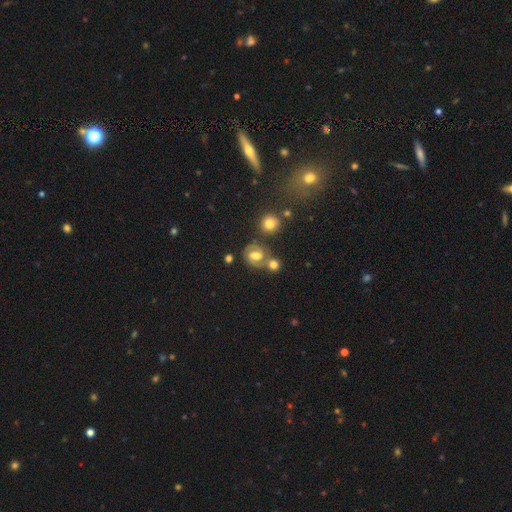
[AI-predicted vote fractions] Smooth or featured: featured or disk — 53% (smooth — 35%)
Edge-on disk: no — 97% (yes — 3%)
Bar: weak — 47% (no — 33%)
Spiral arms: yes — 81% (no — 19%)
Bulge size: moderate — 61% (large — 20%)
Merging: none — 53% (merger — 24%)